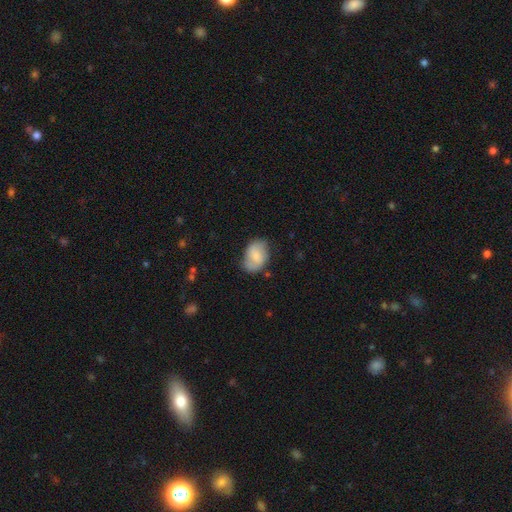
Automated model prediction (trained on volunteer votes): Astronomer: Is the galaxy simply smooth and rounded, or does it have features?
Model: smooth — 69%.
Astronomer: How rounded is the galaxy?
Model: in between — 81%.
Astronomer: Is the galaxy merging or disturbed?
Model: none — 68%.